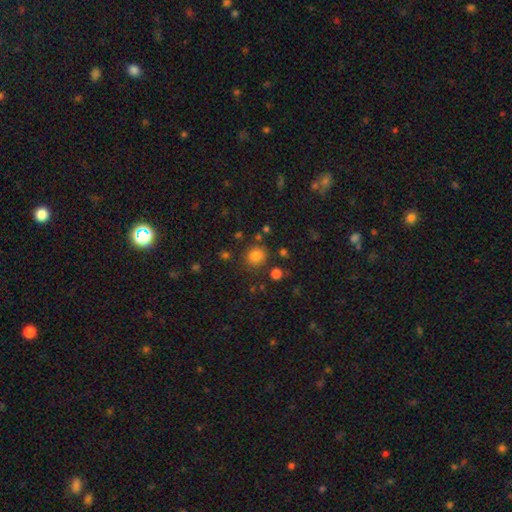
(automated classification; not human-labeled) Q: Smooth or featured?
A: smooth (81%); runner-up: star or artifact (14%)
Q: How rounded?
A: round (74%); runner-up: in between (25%)
Q: Merging?
A: none (80%); runner-up: minor disturbance (11%)